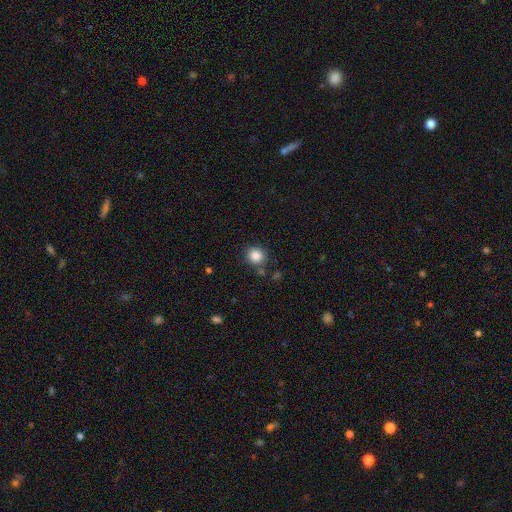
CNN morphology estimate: This appears to be a smooth galaxy with no disk features (86%) that is round (89%). Merging: none (80%).